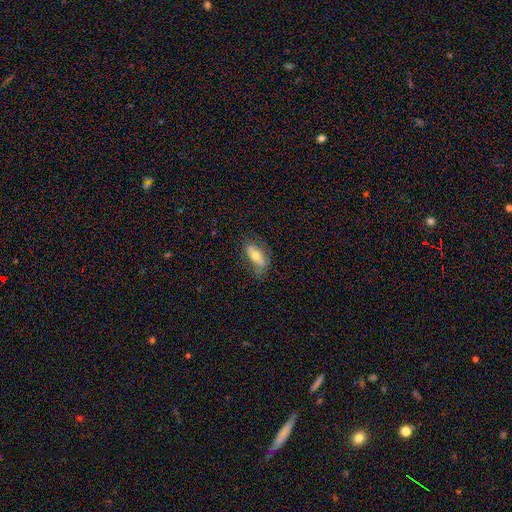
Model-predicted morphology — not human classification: This is possibly a smooth galaxy (48%). Merging: likely none (64%).